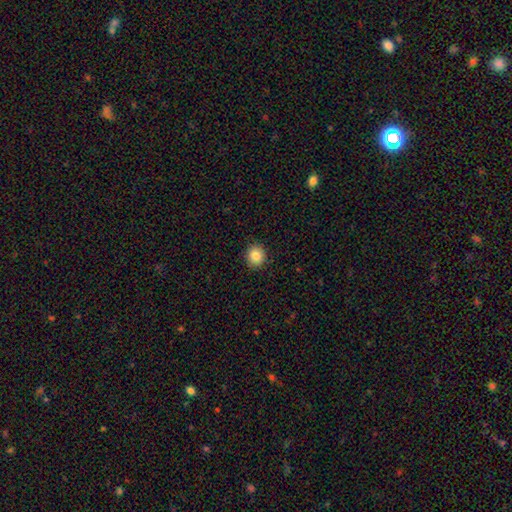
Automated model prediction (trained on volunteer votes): smooth 84%, star or artifact 9%, featured or disk 6%. Down the decision tree: how rounded — round (83%); merging — none (91%).